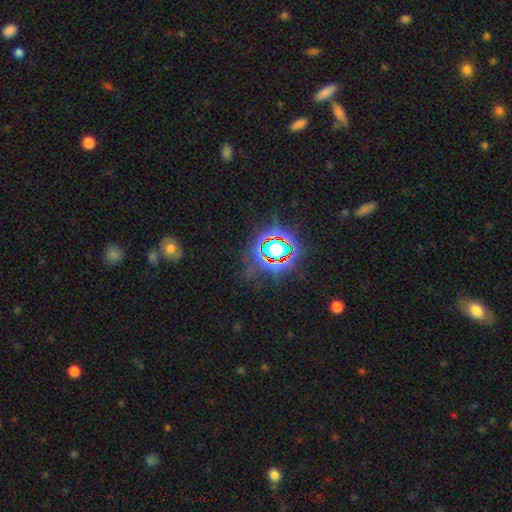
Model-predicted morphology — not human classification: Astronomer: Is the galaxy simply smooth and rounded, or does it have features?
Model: star or artifact — 78%.